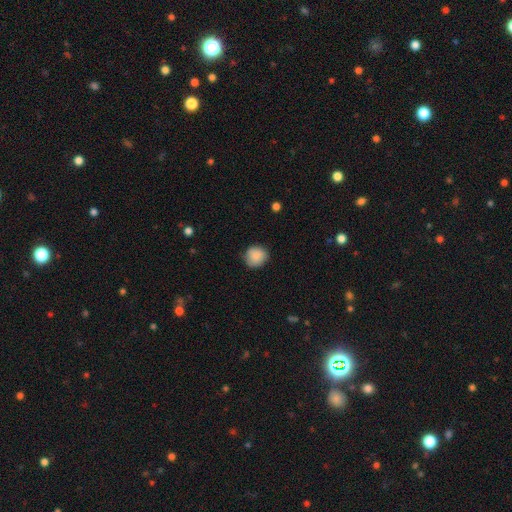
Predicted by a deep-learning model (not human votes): smooth-or-featured: smooth: 88% | star or artifact: 8% | featured or disk: 5%
  how-rounded: round: 86% | in between: 13% | cigar-shaped: 1%
  merging: none: 81% | minor disturbance: 15% | major disturbance: 3% | merger: 1%